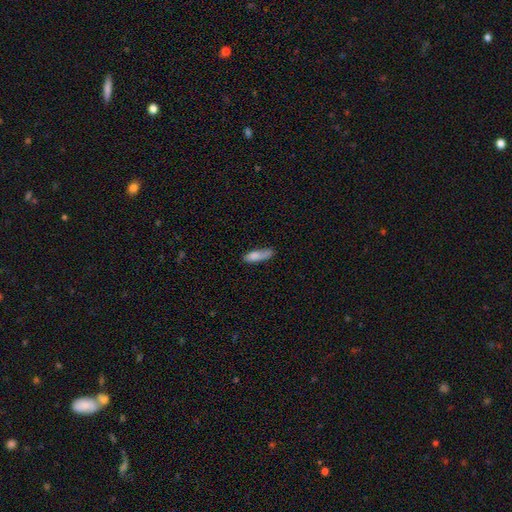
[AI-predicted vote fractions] This appears to be a smooth galaxy with no disk features (79%) that is in between round and cigar-shaped (50%). Merging: none (53%).